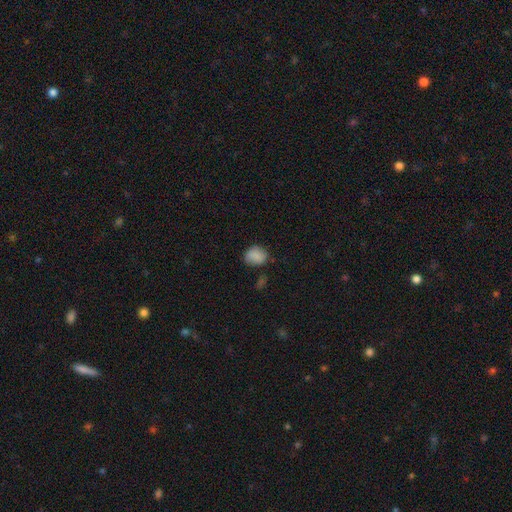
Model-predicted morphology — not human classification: smooth 83%, star or artifact 9%, featured or disk 7%. Down the decision tree: how rounded — round (52%); merging — none (63%).